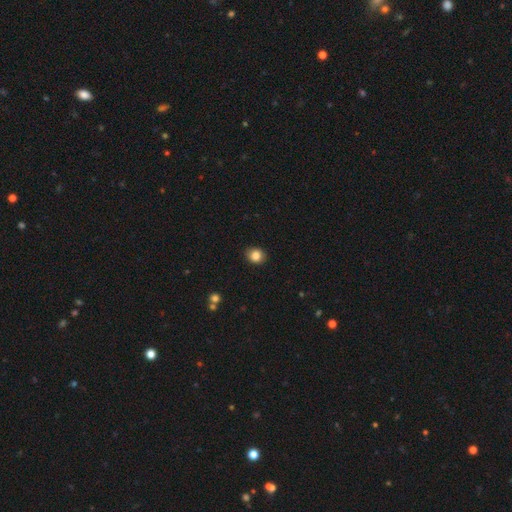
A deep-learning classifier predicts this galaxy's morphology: smooth 85%, star or artifact 10%, featured or disk 5%. Down the decision tree: how rounded — round (70%); merging — none (90%).